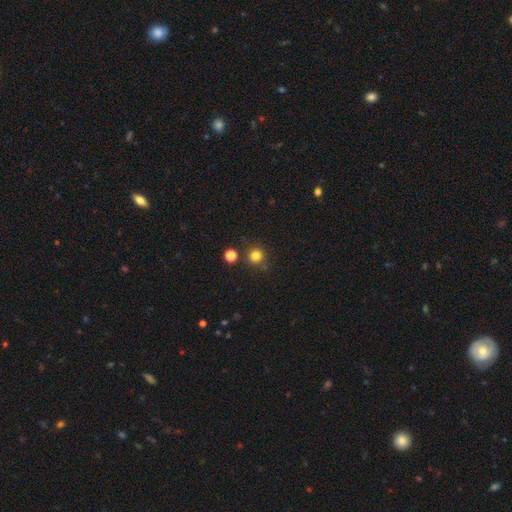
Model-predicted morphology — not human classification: Q: Smooth or featured?
A: smooth (81%); runner-up: star or artifact (14%)
Q: How rounded?
A: round (94%); runner-up: in between (5%)
Q: Merging?
A: none (82%); runner-up: minor disturbance (8%)